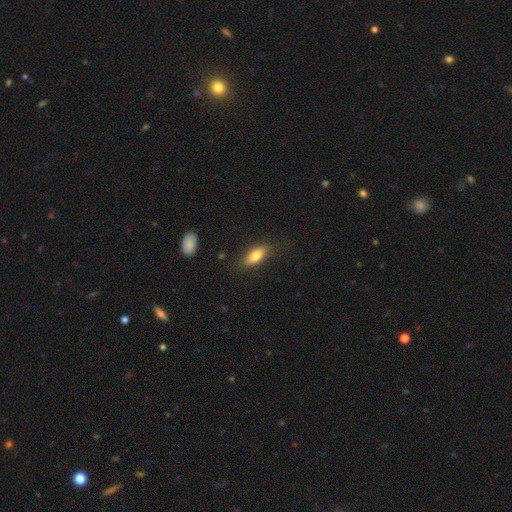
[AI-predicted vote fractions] smooth-or-featured: smooth: 77% | featured or disk: 16% | star or artifact: 7%
  how-rounded: in between: 77% | cigar-shaped: 19% | round: 4%
  merging: none: 77% | minor disturbance: 17% | major disturbance: 5% | merger: 2%